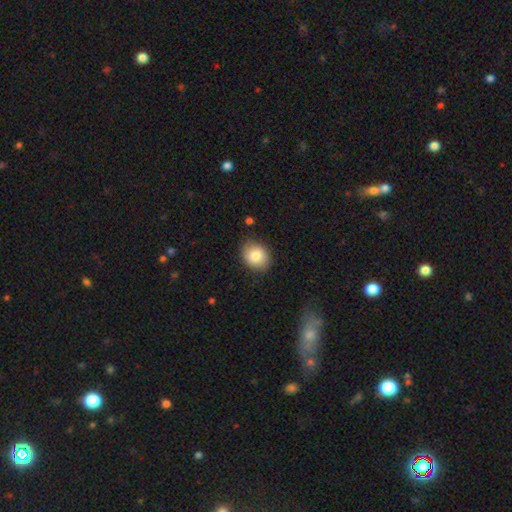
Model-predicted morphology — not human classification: Smooth or featured: smooth — 83% (featured or disk — 9%)
How rounded: round — 56% (in between — 43%)
Merging: none — 82% (minor disturbance — 14%)